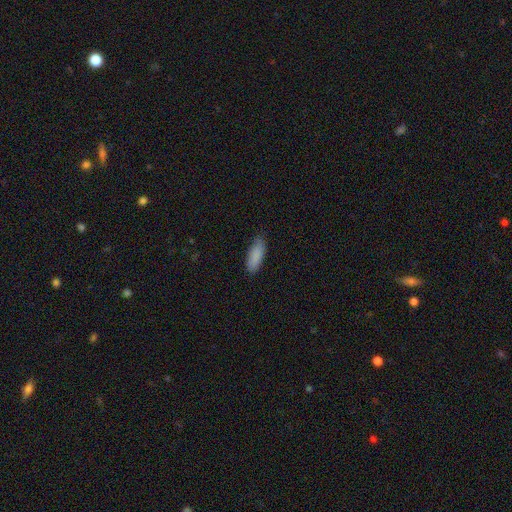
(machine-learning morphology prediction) Overall: smooth (88%). How rounded: in between (67%; cigar-shaped 31%). Merging: none (81%).